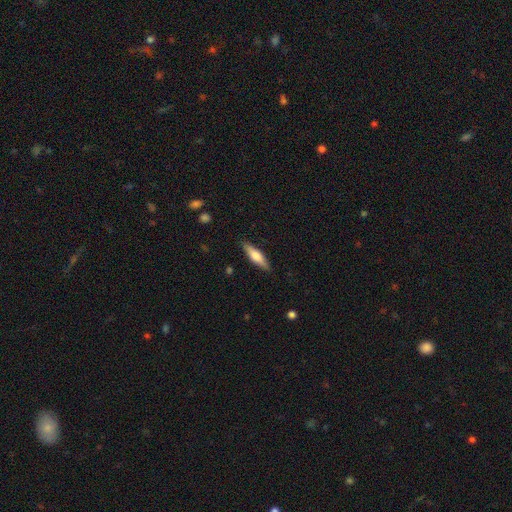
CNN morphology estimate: A smooth galaxy with no disk features (60%) that is cigar-shaped (65%).

Vote fractions:
- Smooth or featured? smooth: 60% / featured or disk: 34% / star or artifact: 6%
- How rounded? cigar-shaped: 65% / in between: 33% / round: 2%
- Merging? none: 87% / minor disturbance: 10% / major disturbance: 2% / merger: 1%